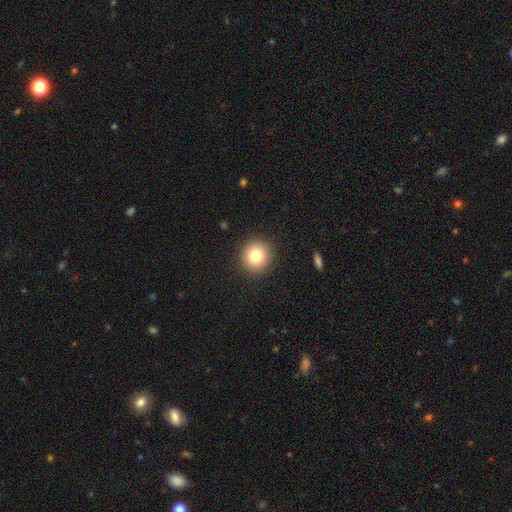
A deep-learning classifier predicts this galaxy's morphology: Smooth or featured? Predicted: smooth (p=0.80). How rounded? Predicted: round (p=0.92). Merging? Predicted: none (p=0.91).